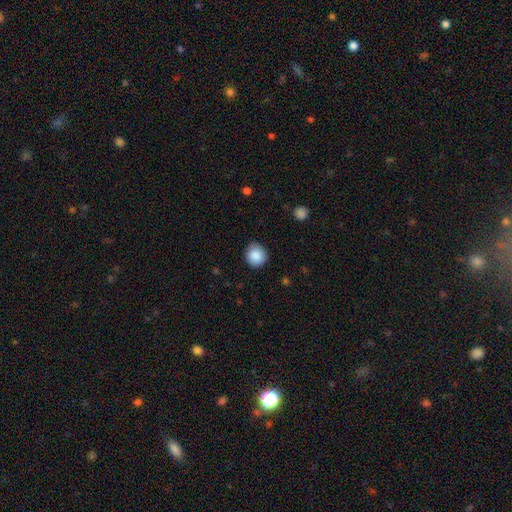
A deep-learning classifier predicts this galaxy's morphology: This is clearly a smooth galaxy (88%). How rounded: clearly round (86%). Merging: clearly none (80%).